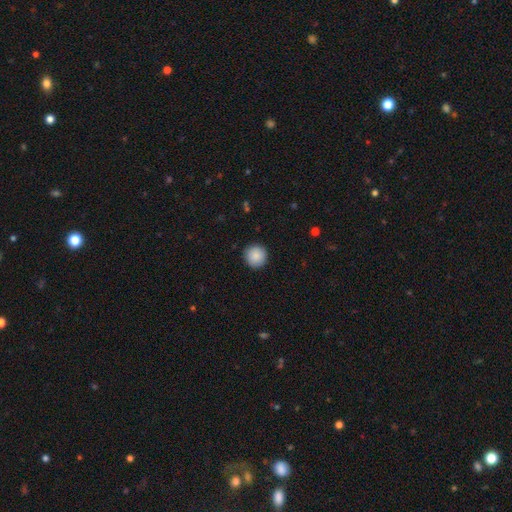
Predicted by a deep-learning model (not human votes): Q: Smooth or featured?
A: smooth (88%); runner-up: star or artifact (8%)
Q: How rounded?
A: round (96%); runner-up: in between (3%)
Q: Merging?
A: none (92%); runner-up: minor disturbance (5%)